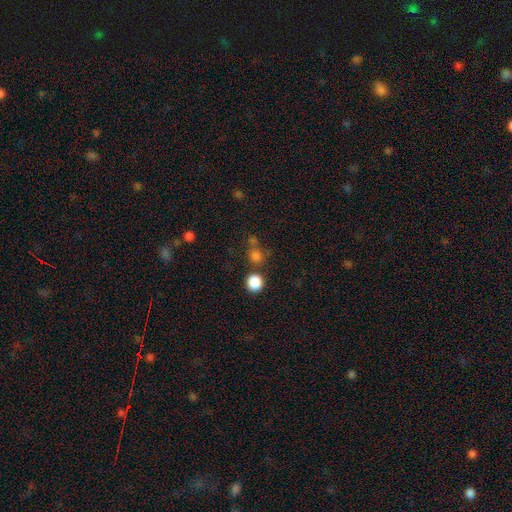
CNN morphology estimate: Overall: smooth (50%; star or artifact 41%). How rounded: round (87%). Merging: none (68%).